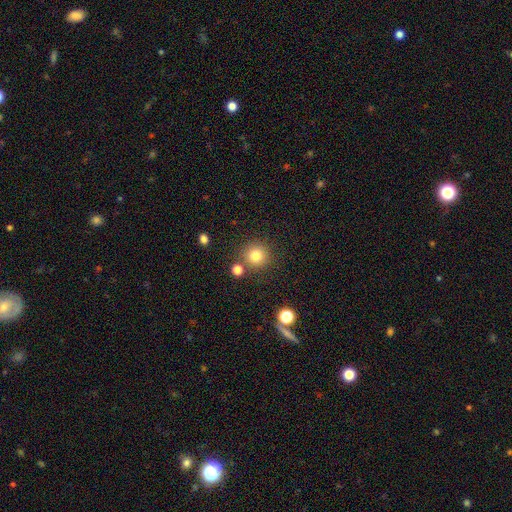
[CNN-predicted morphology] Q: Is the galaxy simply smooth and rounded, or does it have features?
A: smooth — 79%.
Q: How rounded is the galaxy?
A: round — 93%.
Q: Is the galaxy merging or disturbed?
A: none — 81%.